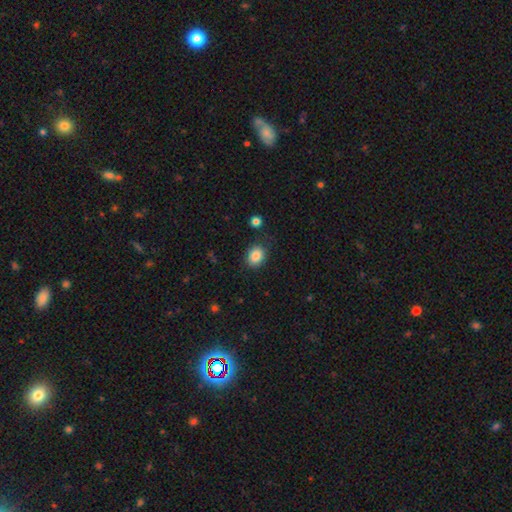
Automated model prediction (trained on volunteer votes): Morphology: type=smooth (86%); roundness=in between (50%); merging=none (82%).